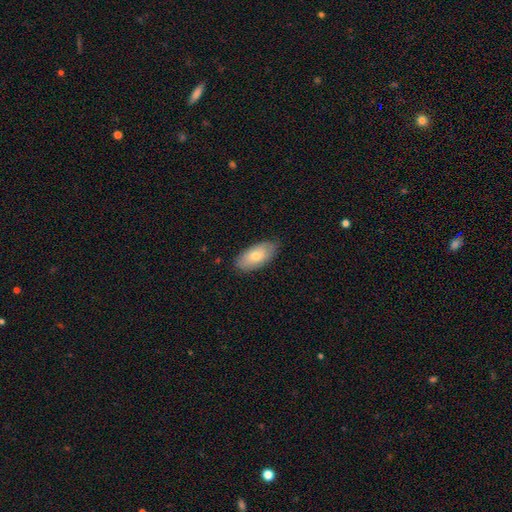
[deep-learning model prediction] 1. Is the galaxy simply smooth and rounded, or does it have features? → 72% smooth, 21% featured or disk, 6% star or artifact.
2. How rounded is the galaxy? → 91% in between, 7% cigar-shaped, 3% round.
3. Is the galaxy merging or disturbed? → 84% none, 13% minor disturbance, 2% major disturbance, 1% merger.